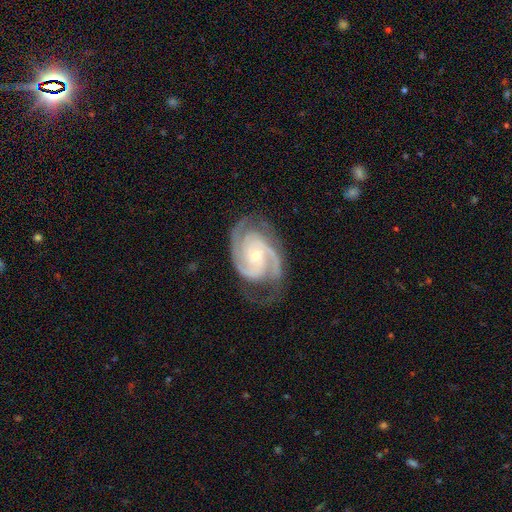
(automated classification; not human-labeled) This is clearly a featured or disk galaxy (93%). It is clearly not viewed edge-on (98%). Bar: likely no (63%). Spiral arm pattern: clearly yes (99%). Spiral arm count: possibly 2 (59%). Spiral winding: possibly tight (54%). Central bulge: likely small (63%). Merging: likely none (71%).